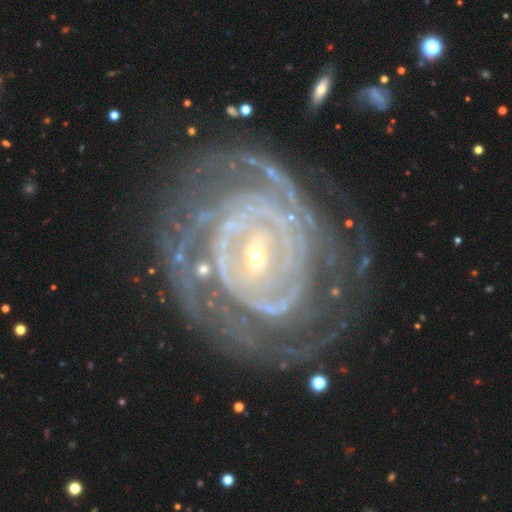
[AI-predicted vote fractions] The model was most divided on "bar": no: 40%, weak: 35%, strong: 24%. Remaining: edge-on disk — no (97%); spiral arms — yes (95%); smooth or featured — featured or disk (89%); bulge size — small (82%); spiral winding — tight (81%); merging — none (70%); spiral arm count — can't tell (34%).